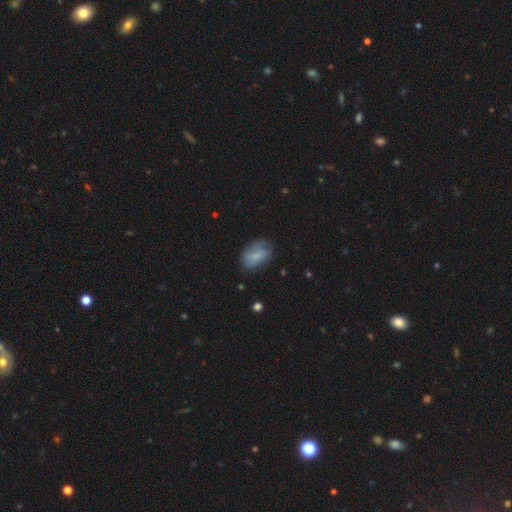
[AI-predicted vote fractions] smooth-or-featured: smooth: 77% | featured or disk: 16% | star or artifact: 8%
  how-rounded: in between: 88% | round: 11% | cigar-shaped: 2%
  merging: none: 62% | minor disturbance: 27% | major disturbance: 9% | merger: 2%